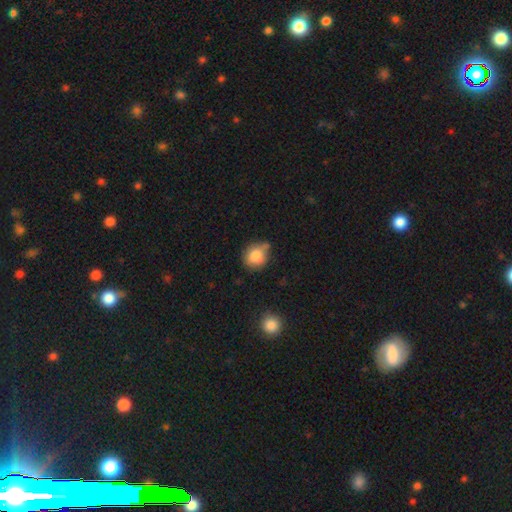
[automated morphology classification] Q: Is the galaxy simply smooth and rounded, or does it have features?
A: smooth — 82%.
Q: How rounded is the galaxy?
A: round — 75%.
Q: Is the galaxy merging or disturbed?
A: none — 56%.